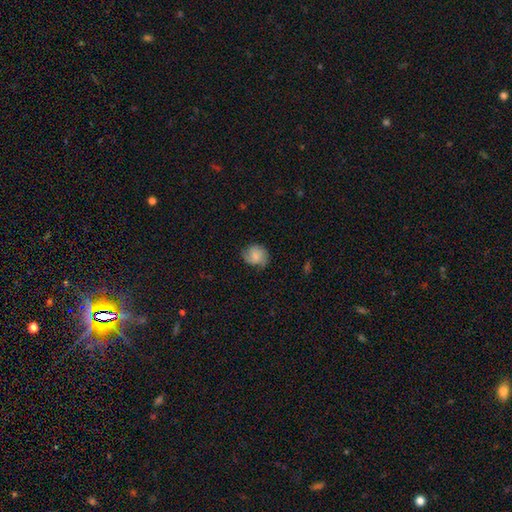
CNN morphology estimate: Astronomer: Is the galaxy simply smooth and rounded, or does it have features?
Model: smooth — 58% (runner-up: featured or disk, 34%).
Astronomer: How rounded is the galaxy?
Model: round — 67%.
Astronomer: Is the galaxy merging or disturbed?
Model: none — 67%.